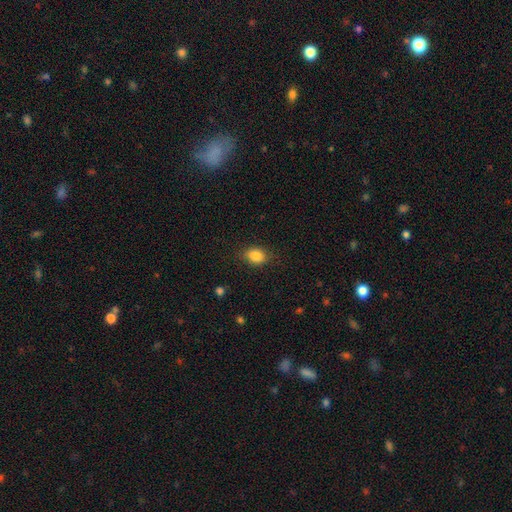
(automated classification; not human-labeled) The model was most divided on "how rounded": in between: 61%, round: 38%, cigar-shaped: 1%. More confident: smooth or featured — smooth (85%); merging — none (83%).